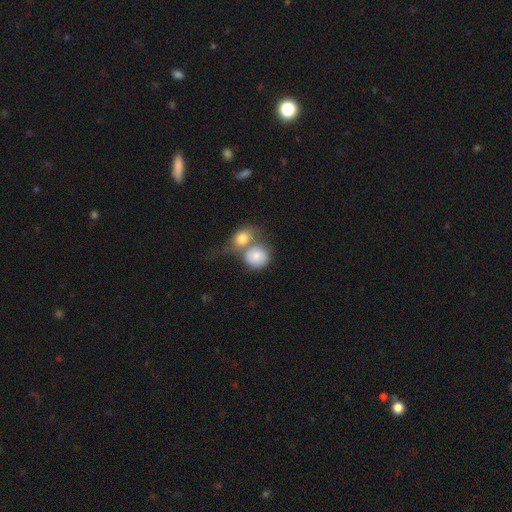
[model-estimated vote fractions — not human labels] Q: Smooth or featured?
A: smooth (79%); runner-up: featured or disk (14%)
Q: How rounded?
A: round (77%); runner-up: in between (21%)
Q: Merging?
A: merger (60%); runner-up: none (25%)